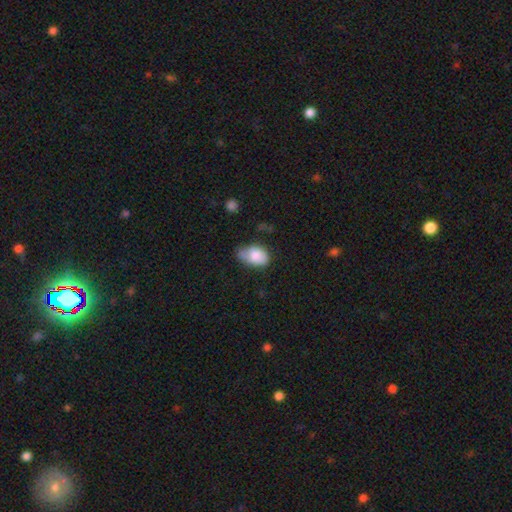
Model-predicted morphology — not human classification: A smooth galaxy with no disk features (79%) that is in between round and cigar-shaped (87%). Merging: none (42%).